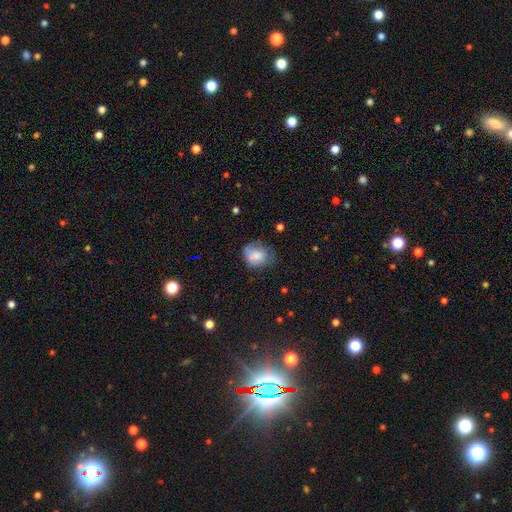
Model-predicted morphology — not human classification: Smooth or featured? Predicted: smooth (p=0.78). How rounded? Predicted: round (p=0.57). Merging? Predicted: none (p=0.51).